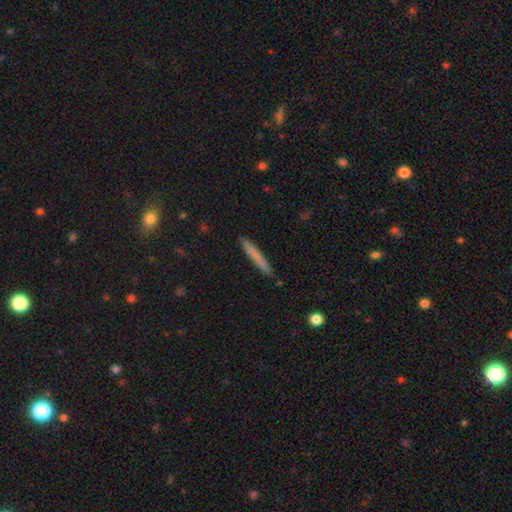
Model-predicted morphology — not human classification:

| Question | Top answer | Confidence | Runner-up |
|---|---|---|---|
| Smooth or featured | smooth | 75% | featured or disk (19%) |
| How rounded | cigar-shaped | 96% | in between (2%) |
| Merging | none | 91% | minor disturbance (7%) |